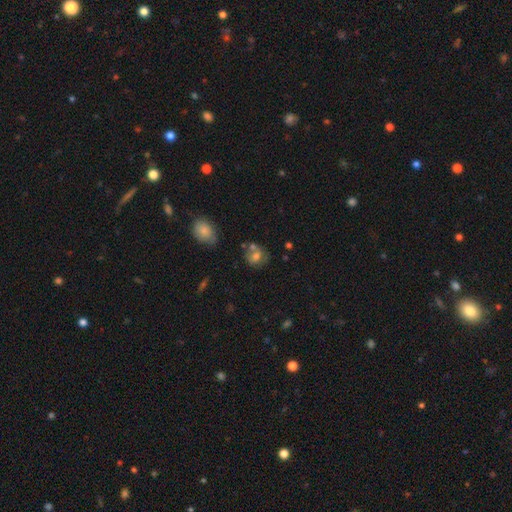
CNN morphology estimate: Overall: smooth (65%). How rounded: round (67%; in between 31%). Merging: none (52%; merger 23%).